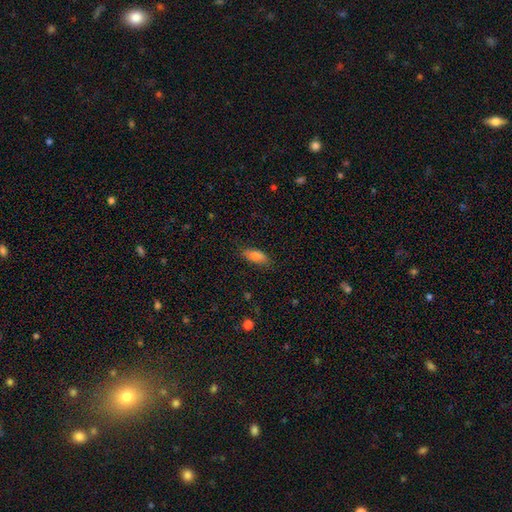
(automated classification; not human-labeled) Smooth or featured? Predicted: smooth (p=0.78). How rounded? Predicted: in between (p=0.76). Merging? Predicted: none (p=0.82).